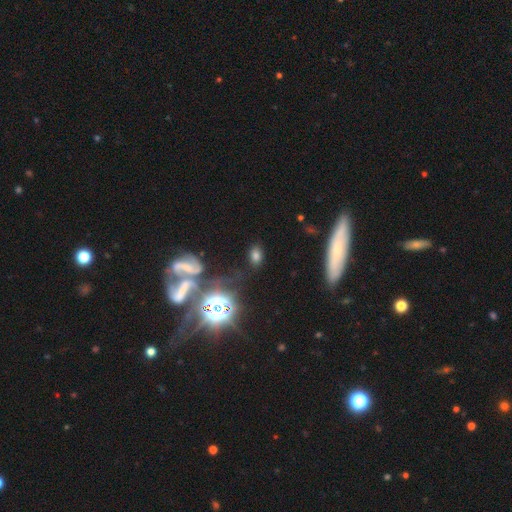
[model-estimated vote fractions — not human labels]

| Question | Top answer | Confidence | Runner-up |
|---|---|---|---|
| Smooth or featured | smooth | 62% | star or artifact (23%) |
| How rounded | in between | 75% | round (22%) |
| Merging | none | 73% | minor disturbance (14%) |